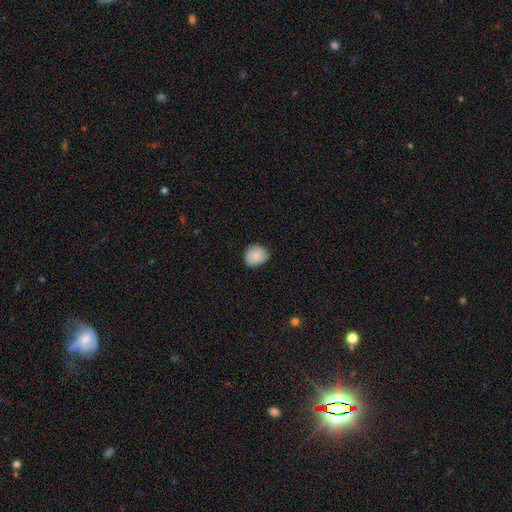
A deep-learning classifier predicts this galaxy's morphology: smooth 81%, featured or disk 11%, star or artifact 7%. Down the decision tree: how rounded — round (75%); merging — none (74%).